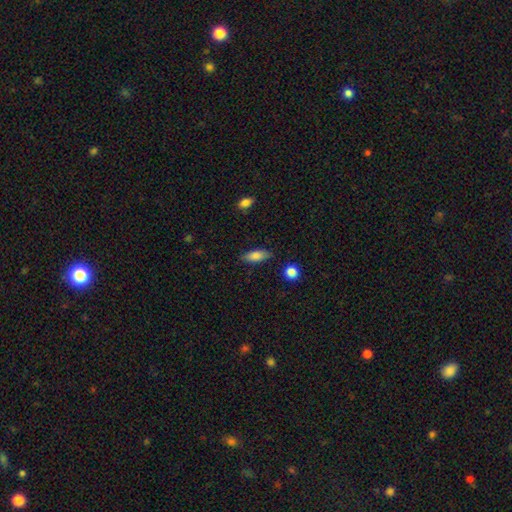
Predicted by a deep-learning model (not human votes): Smooth or featured: smooth — 83% (featured or disk — 10%)
How rounded: in between — 72% (cigar-shaped — 25%)
Merging: none — 83% (minor disturbance — 12%)